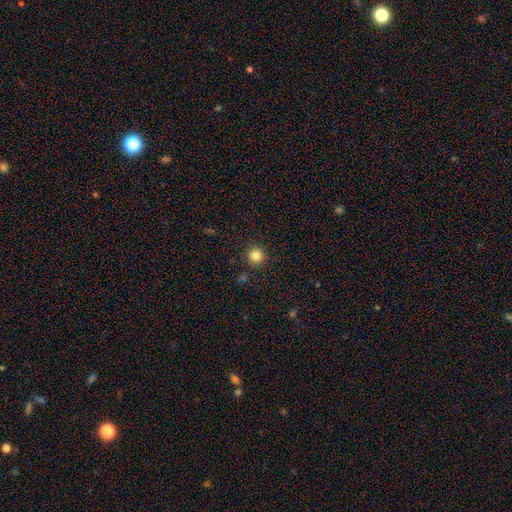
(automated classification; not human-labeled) smooth 83%, star or artifact 12%, featured or disk 5%. Down the decision tree: how rounded — round (95%); merging — none (91%).